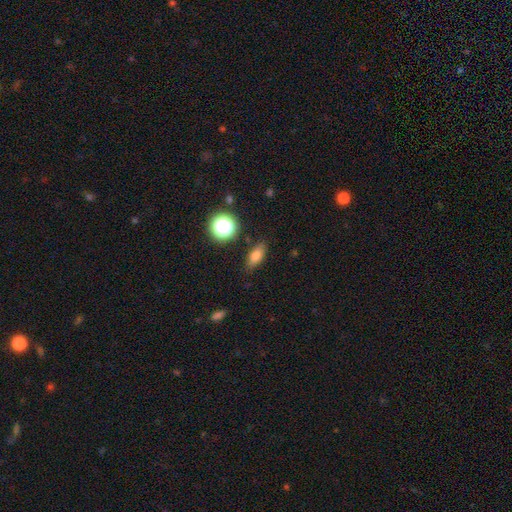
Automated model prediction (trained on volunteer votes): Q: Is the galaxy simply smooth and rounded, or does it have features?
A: smooth — 75%.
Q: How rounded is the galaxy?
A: in between — 73%.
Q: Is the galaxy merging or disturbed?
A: none — 84%.